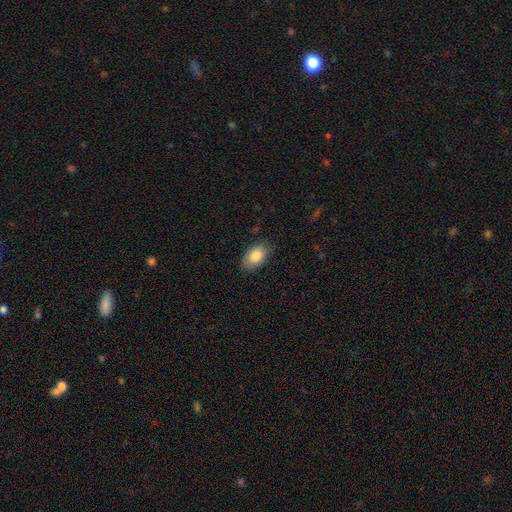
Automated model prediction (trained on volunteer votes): Smooth or featured? Predicted: smooth (p=0.85). How rounded? Predicted: in between (p=0.92). Merging? Predicted: none (p=0.83).